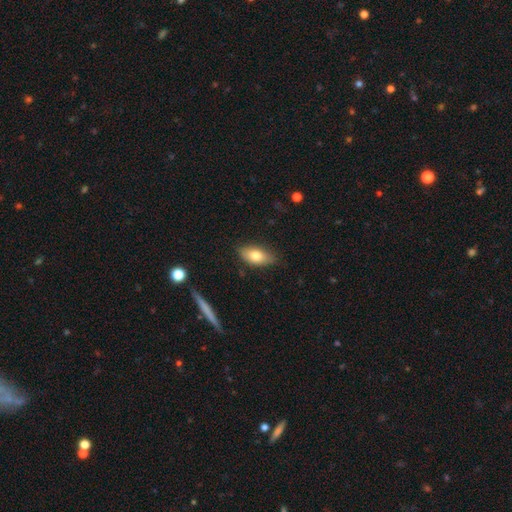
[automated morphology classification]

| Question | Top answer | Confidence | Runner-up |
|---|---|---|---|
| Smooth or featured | smooth | 77% | featured or disk (16%) |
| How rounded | in between | 89% | cigar-shaped (6%) |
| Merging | none | 81% | minor disturbance (15%) |